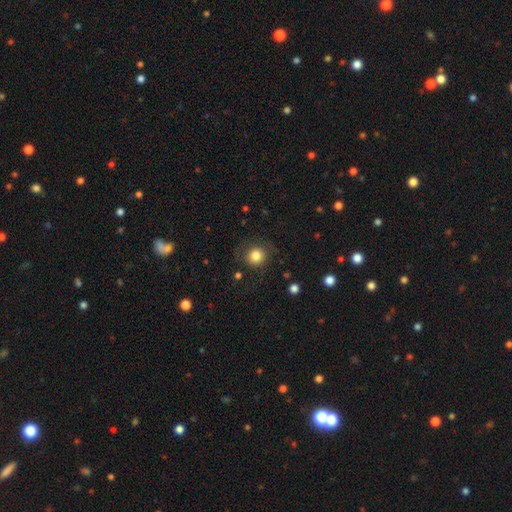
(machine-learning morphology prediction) The model was most divided on "merging": none: 81%, minor disturbance: 12%, major disturbance: 6%, merger: 1%. More confident: how rounded — round (88%); smooth or featured — smooth (82%).